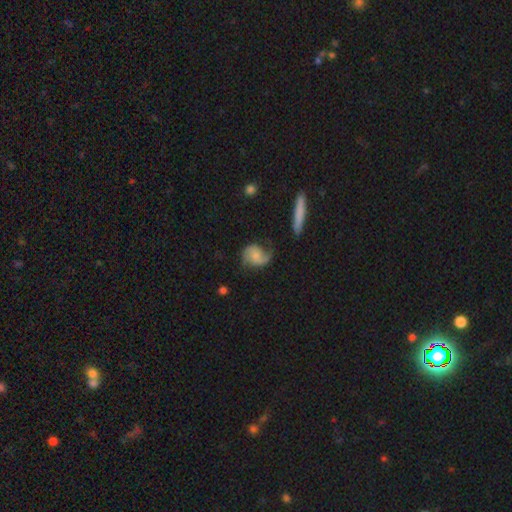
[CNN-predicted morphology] This is likely a featured or disk galaxy (70%). It is clearly not viewed edge-on (97%). Bar: likely no (64%). Spiral arm pattern: clearly yes (94%). Spiral arm count: clearly 2 (84%). Spiral winding: marginally medium (44%). Central bulge: marginally small (36%). Merging: likely none (61%).